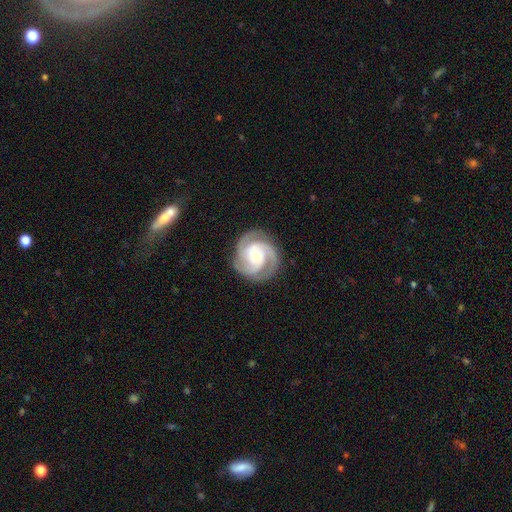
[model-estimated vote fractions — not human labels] featured or disk 90%, smooth 6%, star or artifact 4%. Down the decision tree: edge-on disk — no (98%); bar — no (69%); spiral arms — yes (98%); spiral arm count — 3 (62%); spiral winding — tight (56%); bulge size — small (56%); merging — none (83%).